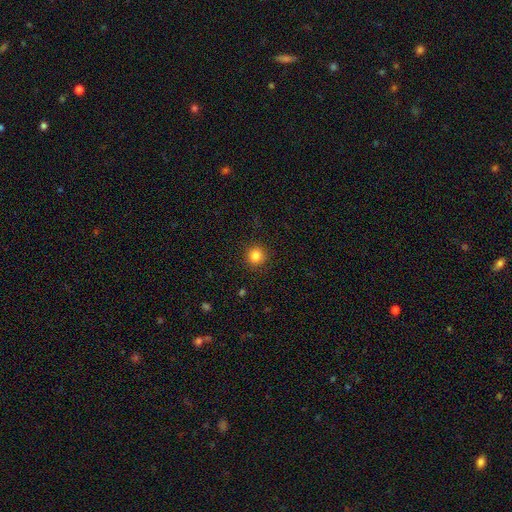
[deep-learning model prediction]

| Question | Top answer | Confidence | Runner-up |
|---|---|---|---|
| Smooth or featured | smooth | 84% | star or artifact (11%) |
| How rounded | round | 94% | in between (5%) |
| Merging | none | 92% | minor disturbance (5%) |